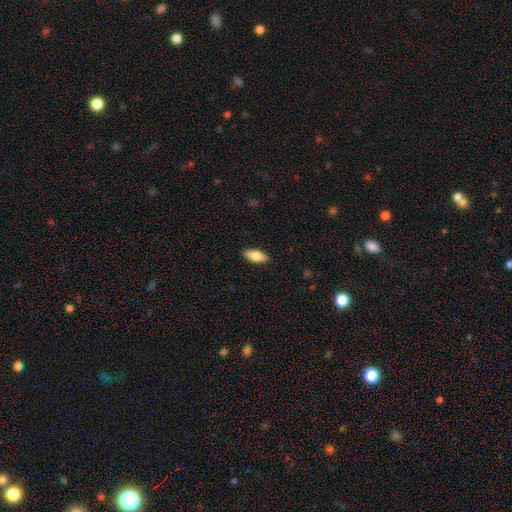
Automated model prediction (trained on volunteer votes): smooth 77%, featured or disk 17%, star or artifact 6%. Down the decision tree: how rounded — in between (82%); merging — none (89%).